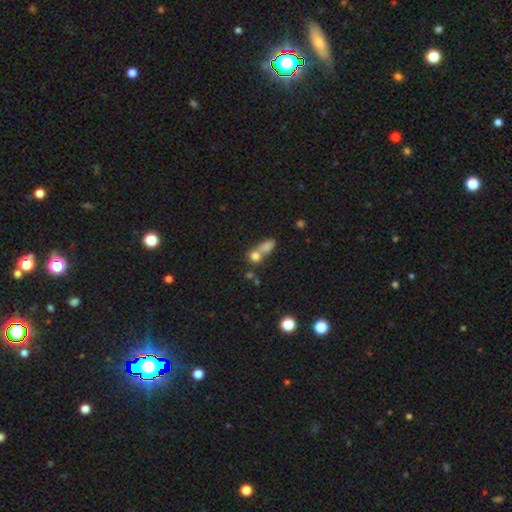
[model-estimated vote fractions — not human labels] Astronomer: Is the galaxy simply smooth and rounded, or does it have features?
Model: smooth — 74%.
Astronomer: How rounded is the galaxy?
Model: round — 61%.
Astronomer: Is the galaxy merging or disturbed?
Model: merger — 59%.